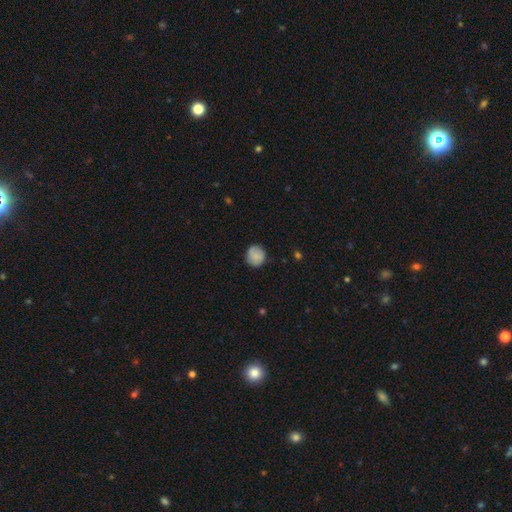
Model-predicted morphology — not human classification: type=smooth (81%); roundness=round (86%); merging=none (81%).